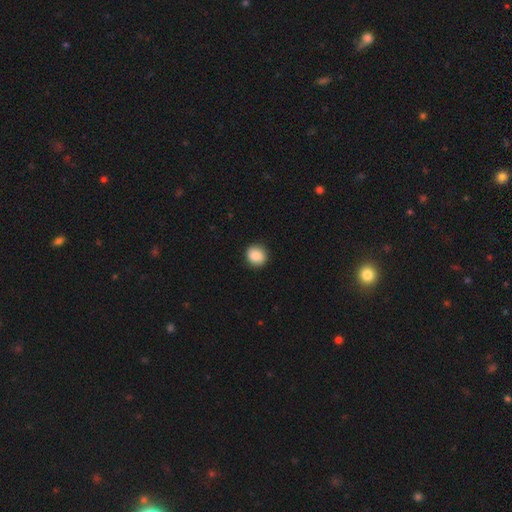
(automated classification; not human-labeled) Smooth or featured? Predicted: smooth (p=0.89). How rounded? Predicted: round (p=0.86). Merging? Predicted: none (p=0.90).